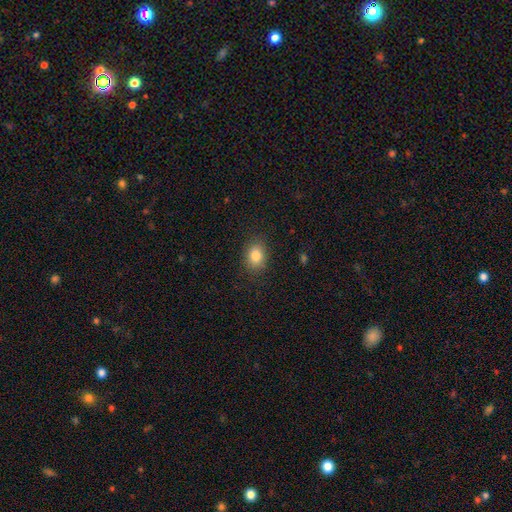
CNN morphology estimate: The model was most divided on "how rounded": in between: 63%, round: 36%, cigar-shaped: 1%. More confident: merging — none (86%); smooth or featured — smooth (84%).